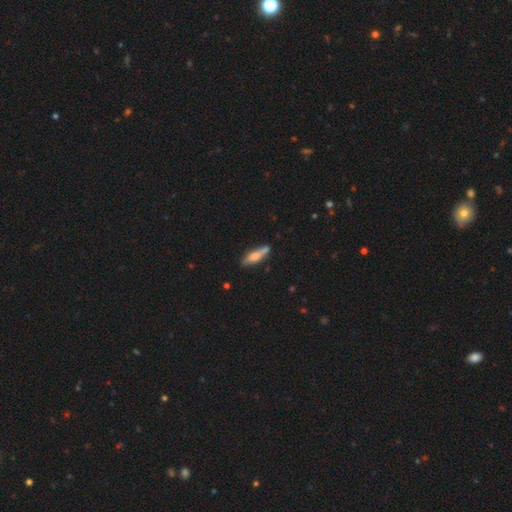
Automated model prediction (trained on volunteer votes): The model was most divided on "smooth or featured": smooth: 56%, featured or disk: 38%, star or artifact: 6%. More confident: how rounded — cigar-shaped (69%); merging — none (69%).